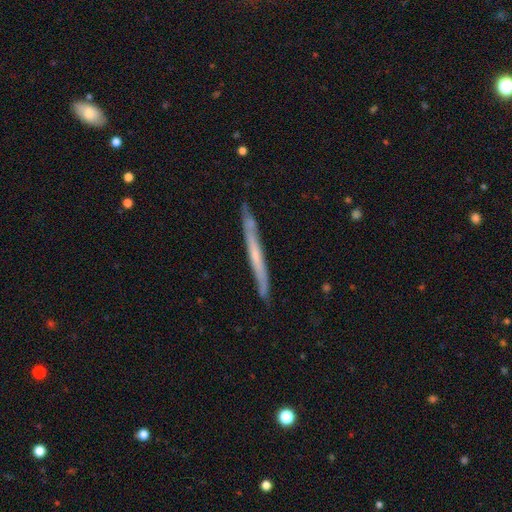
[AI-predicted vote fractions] Overall: featured or disk (58%; smooth 36%). Edge-on disk: yes (94%). Edge-on bulge: none (81%). Merging: none (84%).